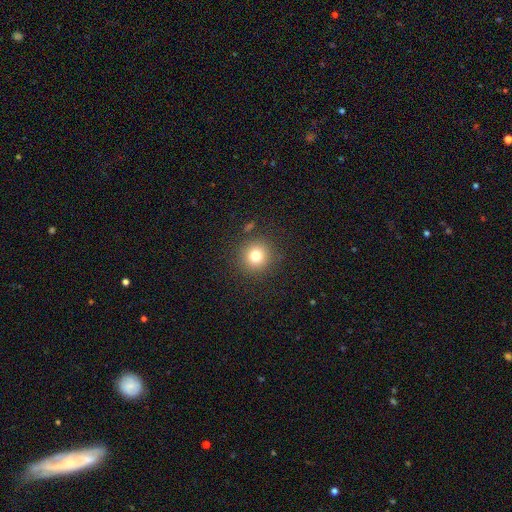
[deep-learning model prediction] smooth 78%, star or artifact 13%, featured or disk 8%. Down the decision tree: how rounded — round (93%); merging — none (88%).